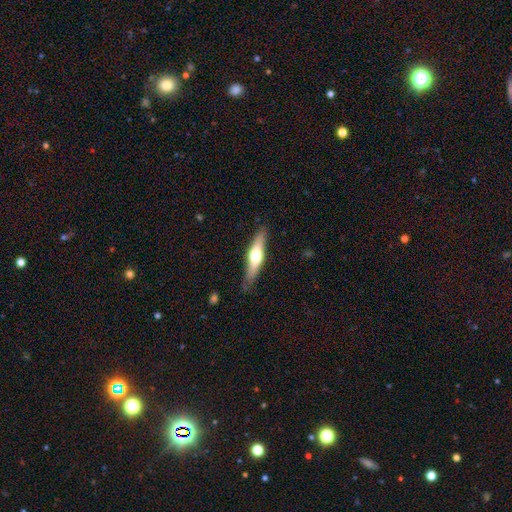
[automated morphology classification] This appears to be a featured or disk galaxy (48%). Merging: none (82%).